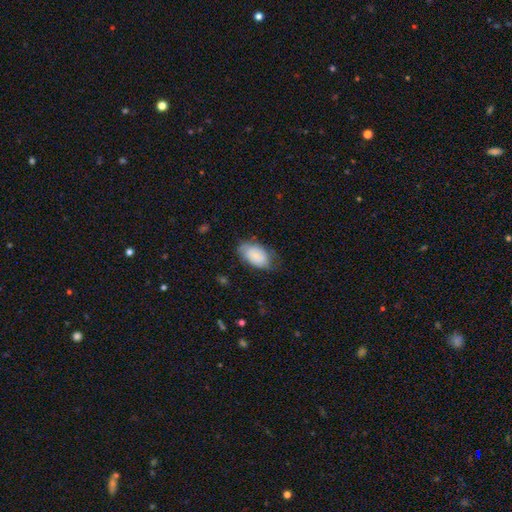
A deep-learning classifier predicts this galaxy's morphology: A smooth galaxy with no disk features (76%) that is in between round and cigar-shaped (93%).

Vote fractions:
- Smooth or featured? smooth: 76% / featured or disk: 17% / star or artifact: 7%
- How rounded? in between: 93% / round: 5% / cigar-shaped: 1%
- Merging? none: 62% / minor disturbance: 28% / major disturbance: 9% / merger: 1%